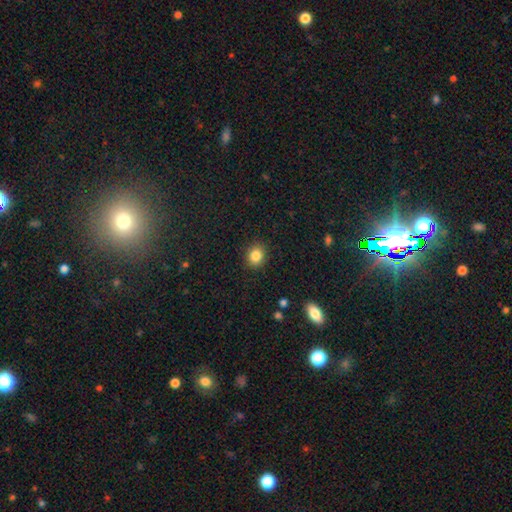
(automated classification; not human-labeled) A smooth galaxy with no disk features (85%) that is round (69%).

Vote fractions:
- Smooth or featured? smooth: 85% / star or artifact: 10% / featured or disk: 5%
- How rounded? round: 69% / in between: 30% / cigar-shaped: 1%
- Merging? none: 89% / minor disturbance: 8% / major disturbance: 2% / merger: 1%